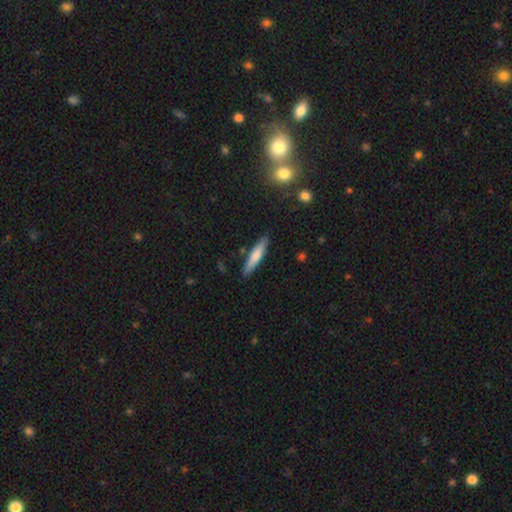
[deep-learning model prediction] The model was most divided on "smooth or featured": smooth: 69%, featured or disk: 25%, star or artifact: 6%. More confident: merging — none (86%); how rounded — cigar-shaped (86%).